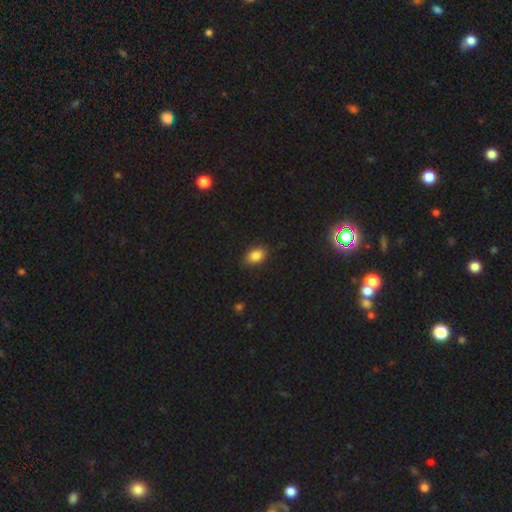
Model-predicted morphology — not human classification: A smooth galaxy with no disk features (84%) that is in between round and cigar-shaped (80%). Merging: none (84%).